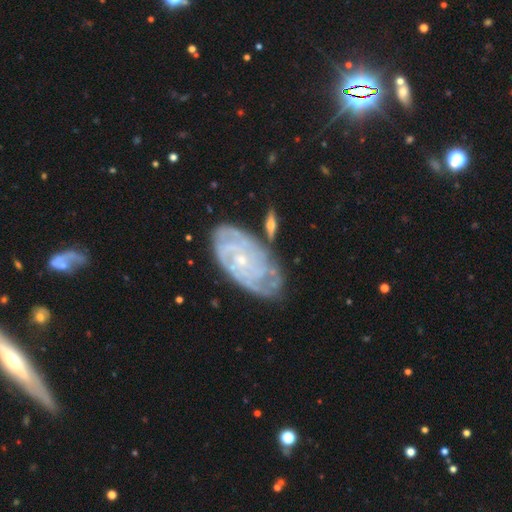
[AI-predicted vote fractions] Smooth or featured: featured or disk — 82% (smooth — 10%)
Edge-on disk: no — 95% (yes — 5%)
Bar: no — 75% (weak — 19%)
Spiral arms: yes — 96% (no — 4%)
Spiral winding: tight — 81% (medium — 16%)
Spiral arm count: can't tell — 33% (4 — 20%)
Bulge size: small — 79% (moderate — 17%)
Merging: none — 73% (minor disturbance — 17%)